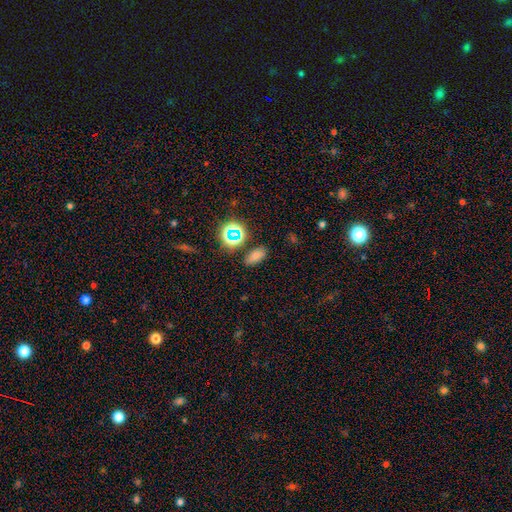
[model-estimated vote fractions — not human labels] Q: Smooth or featured?
A: smooth (70%); runner-up: star or artifact (23%)
Q: How rounded?
A: in between (83%); runner-up: round (9%)
Q: Merging?
A: none (80%); runner-up: minor disturbance (12%)